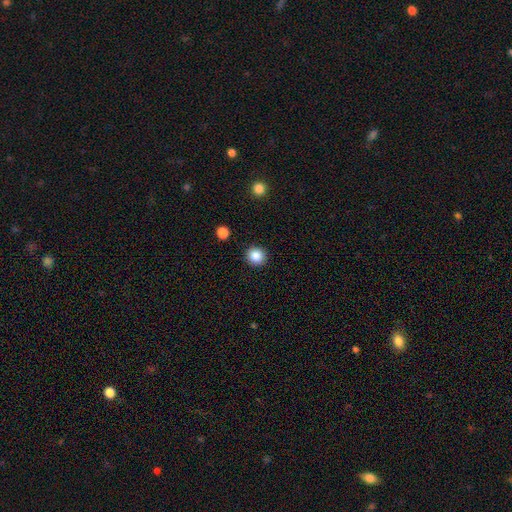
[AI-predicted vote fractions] This is clearly a smooth galaxy (86%). How rounded: clearly round (91%). Merging: clearly none (91%).